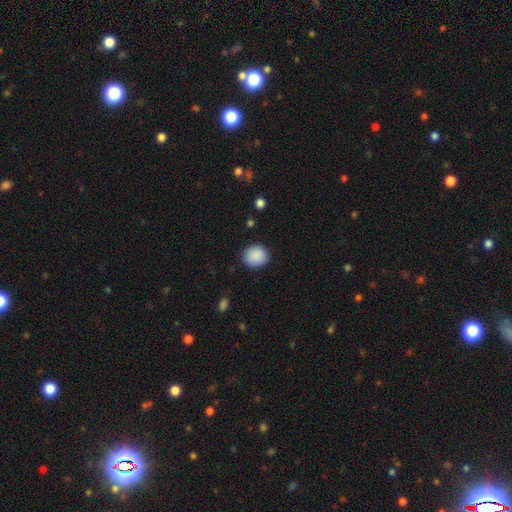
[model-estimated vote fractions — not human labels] A smooth galaxy with no disk features (89%) that is round (88%).

Vote fractions:
- Smooth or featured? smooth: 89% / star or artifact: 8% / featured or disk: 3%
- How rounded? round: 88% / in between: 11% / cigar-shaped: 1%
- Merging? none: 89% / minor disturbance: 8% / major disturbance: 2% / merger: 1%